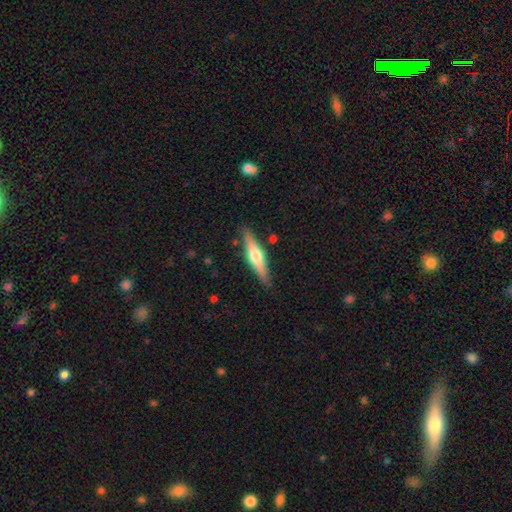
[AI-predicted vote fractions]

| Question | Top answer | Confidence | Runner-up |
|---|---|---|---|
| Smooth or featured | featured or disk | 60% | smooth (35%) |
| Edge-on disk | yes | 96% | no (4%) |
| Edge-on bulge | rounded | 90% | boxy (6%) |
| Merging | none | 87% | minor disturbance (10%) |